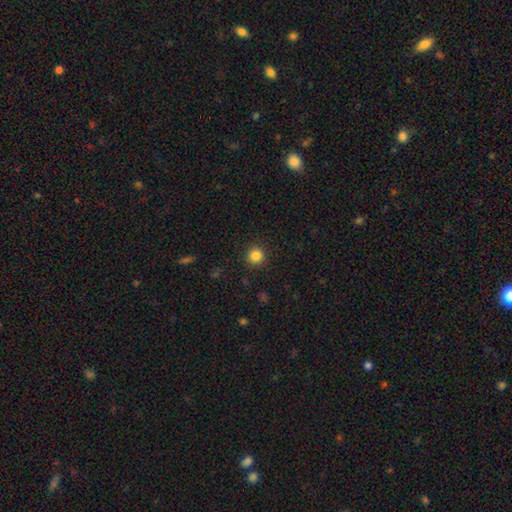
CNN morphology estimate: Smooth or featured? Predicted: smooth (p=0.85). How rounded? Predicted: round (p=0.94). Merging? Predicted: none (p=0.92).